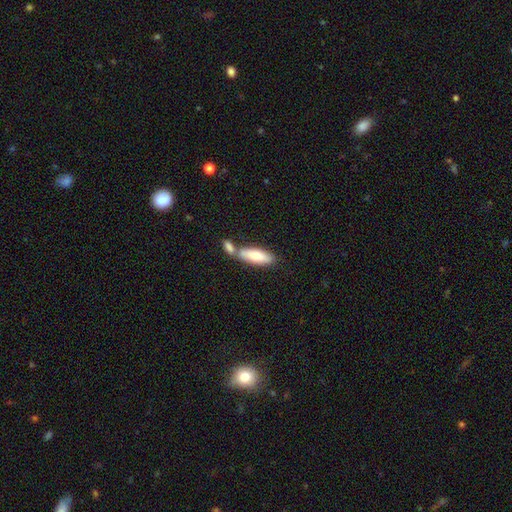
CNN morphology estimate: Smooth or featured?
  - smooth: 78% *
  - featured or disk: 17%
  - star or artifact: 5%
How rounded?
  - in between: 61% *
  - cigar-shaped: 37%
  - round: 2%
Merging?
  - none: 45% *
  - merger: 41%
  - minor disturbance: 11%
  - major disturbance: 3%